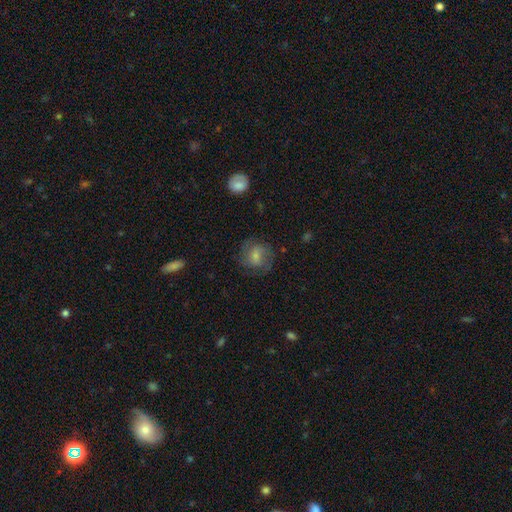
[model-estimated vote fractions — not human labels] featured or disk 51%, smooth 38%, star or artifact 12%. Down the decision tree: edge-on disk — no (96%); merging — none (75%).